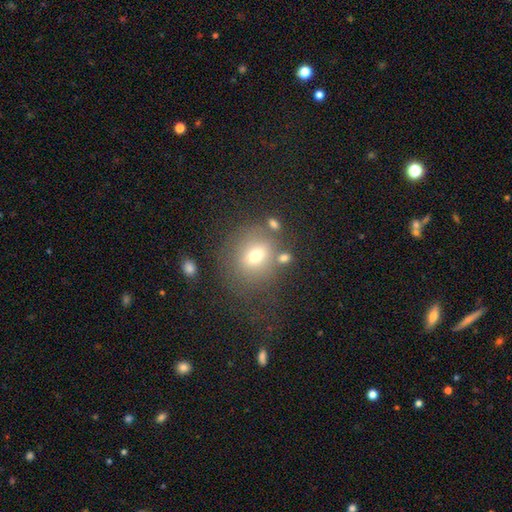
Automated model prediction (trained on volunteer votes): Smooth or featured?
  - smooth: 67% *
  - featured or disk: 19%
  - star or artifact: 15%
How rounded?
  - round: 66% *
  - in between: 33%
  - cigar-shaped: 1%
Merging?
  - none: 63% *
  - minor disturbance: 17%
  - major disturbance: 11%
  - merger: 9%